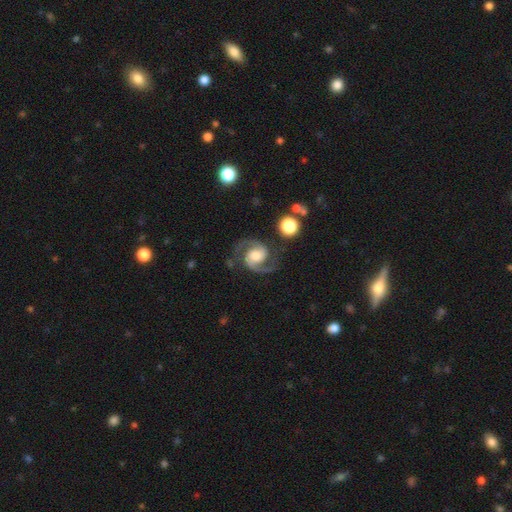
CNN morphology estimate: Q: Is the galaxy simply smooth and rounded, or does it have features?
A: featured or disk — 92%.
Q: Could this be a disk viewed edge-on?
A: no — 98%.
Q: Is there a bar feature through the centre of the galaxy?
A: no — 54%.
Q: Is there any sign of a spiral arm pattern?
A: yes — 98%.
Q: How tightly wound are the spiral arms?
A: medium — 63%.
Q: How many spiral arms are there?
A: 2 — 94%.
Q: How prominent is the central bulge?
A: moderate — 49%.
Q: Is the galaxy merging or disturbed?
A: none — 81%.